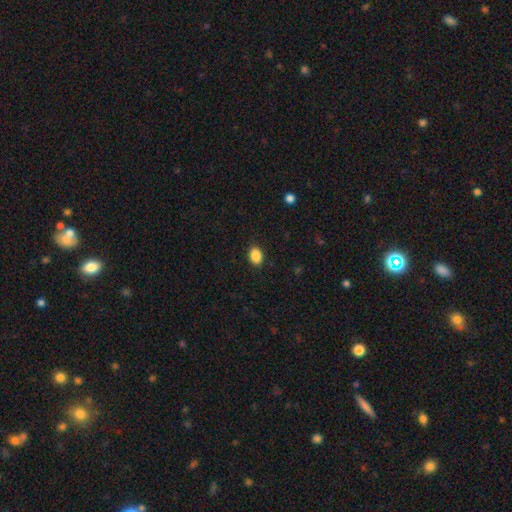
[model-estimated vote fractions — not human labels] Morphology: type=smooth (89%); roundness=in between (78%); merging=none (89%).